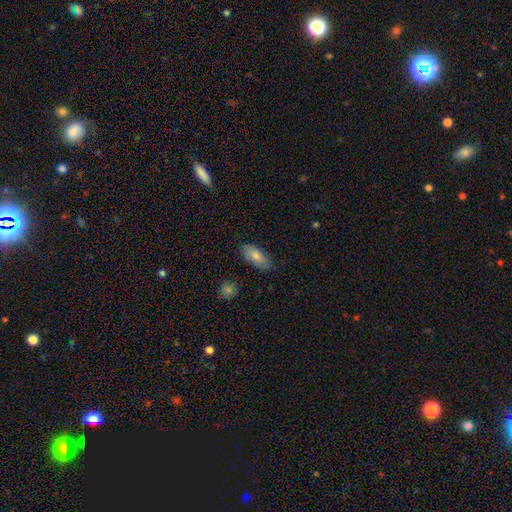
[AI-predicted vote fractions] Smooth or featured? smooth (80%)
How rounded? in between (88%)
Merging? none (80%)